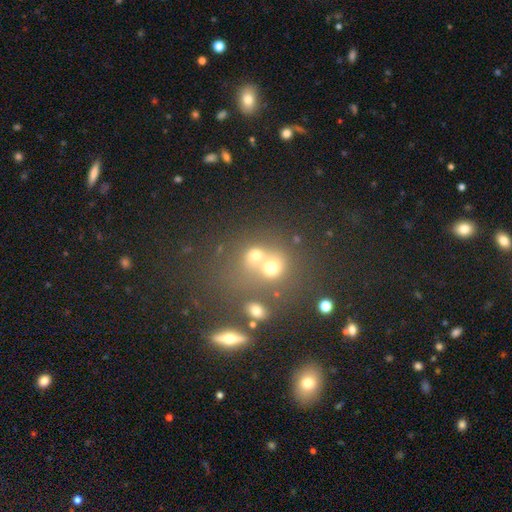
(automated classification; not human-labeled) This appears to be a smooth galaxy with no disk features (64%) that is round (68%). Merging: merger (51%).